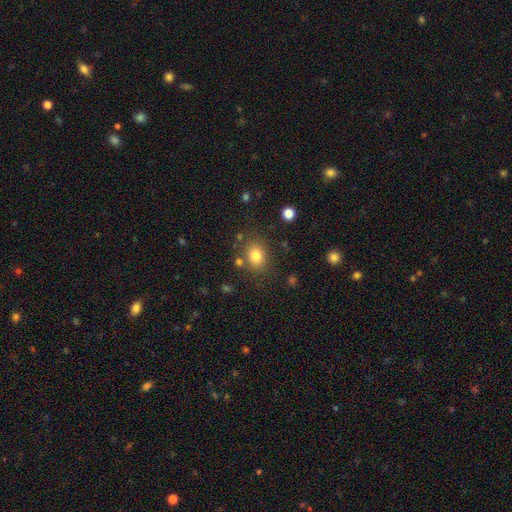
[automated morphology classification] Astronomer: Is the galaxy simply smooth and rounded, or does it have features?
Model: smooth — 80%.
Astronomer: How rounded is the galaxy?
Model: round — 53% (runner-up: in between, 46%).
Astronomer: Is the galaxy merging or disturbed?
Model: none — 77%.